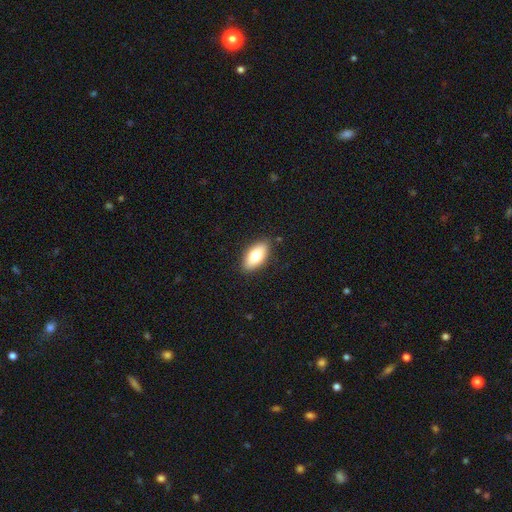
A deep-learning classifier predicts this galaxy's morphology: smooth-or-featured: smooth: 77% | featured or disk: 17% | star or artifact: 7%
  how-rounded: in between: 90% | cigar-shaped: 7% | round: 3%
  merging: none: 87% | minor disturbance: 10% | major disturbance: 2% | merger: 1%